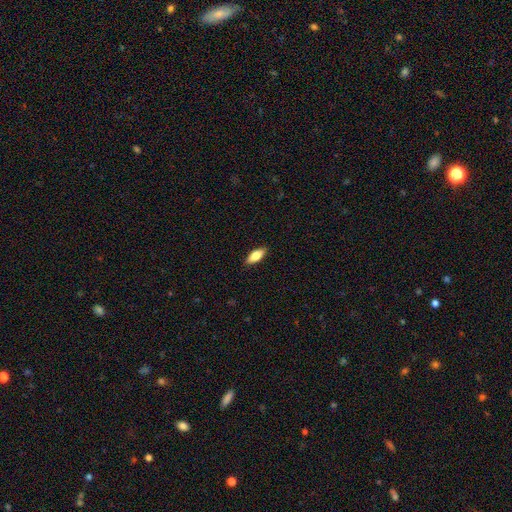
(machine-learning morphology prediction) Smooth or featured: smooth — 82% (featured or disk — 11%)
How rounded: in between — 78% (cigar-shaped — 20%)
Merging: none — 88% (minor disturbance — 9%)